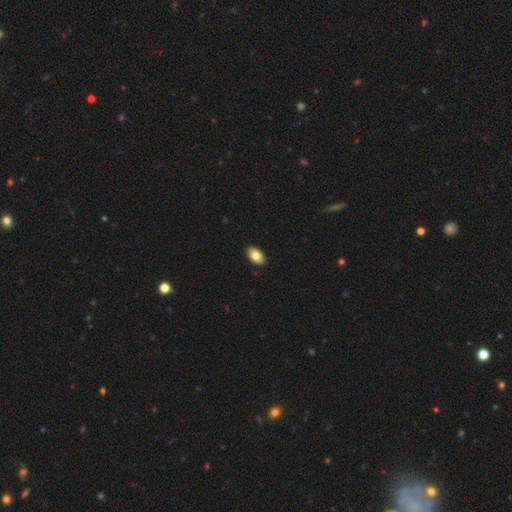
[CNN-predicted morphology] Smooth or featured: smooth — 82% (featured or disk — 11%)
How rounded: in between — 93% (round — 6%)
Merging: none — 91% (minor disturbance — 7%)